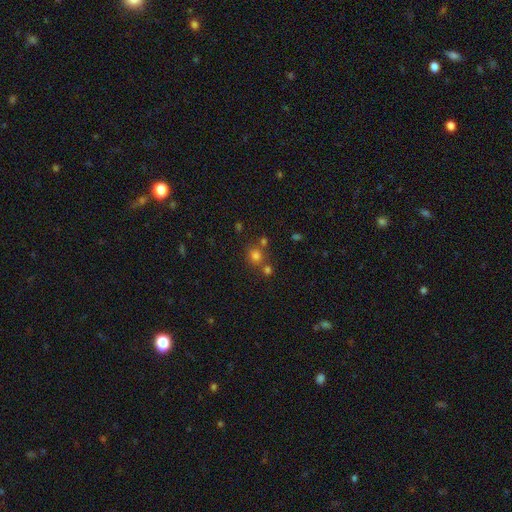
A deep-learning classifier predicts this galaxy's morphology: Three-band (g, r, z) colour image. It shows a smooth galaxy with no disk features (75%) that is round (85%). Merging: none (65%).